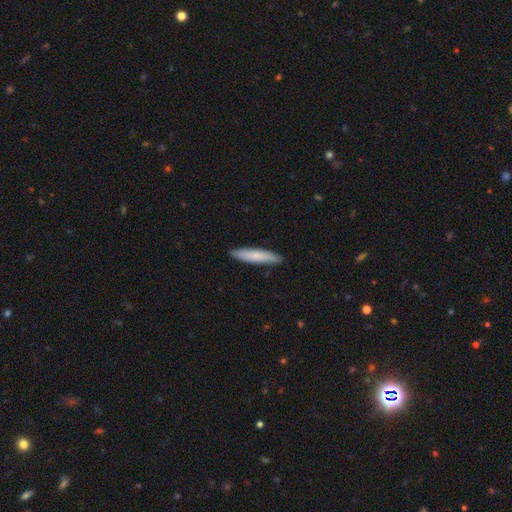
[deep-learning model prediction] Q: Smooth or featured?
A: smooth (77%); runner-up: featured or disk (17%)
Q: How rounded?
A: cigar-shaped (89%); runner-up: in between (10%)
Q: Merging?
A: none (90%); runner-up: minor disturbance (8%)